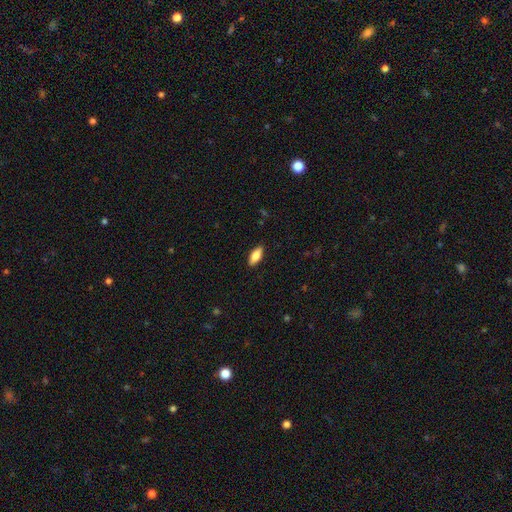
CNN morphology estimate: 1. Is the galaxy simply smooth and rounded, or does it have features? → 80% smooth, 13% featured or disk, 6% star or artifact.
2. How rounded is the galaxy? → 82% in between, 16% cigar-shaped, 2% round.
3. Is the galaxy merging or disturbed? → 88% none, 9% minor disturbance, 2% major disturbance, 1% merger.